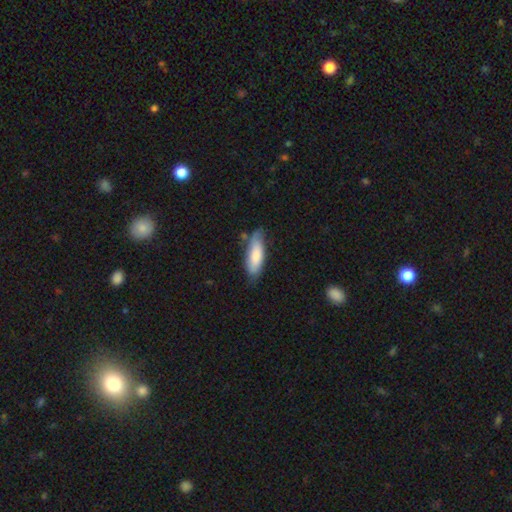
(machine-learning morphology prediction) smooth-or-featured: smooth: 81% | featured or disk: 13% | star or artifact: 6%
  how-rounded: in between: 61% | cigar-shaped: 37% | round: 2%
  merging: none: 65% | minor disturbance: 26% | major disturbance: 5% | merger: 4%